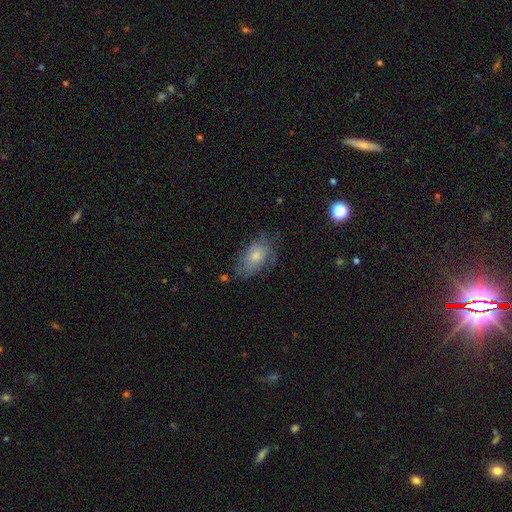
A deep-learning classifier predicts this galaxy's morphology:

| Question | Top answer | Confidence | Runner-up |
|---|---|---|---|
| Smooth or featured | smooth | 64% | featured or disk (28%) |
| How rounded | in between | 89% | round (8%) |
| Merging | none | 56% | minor disturbance (28%) |